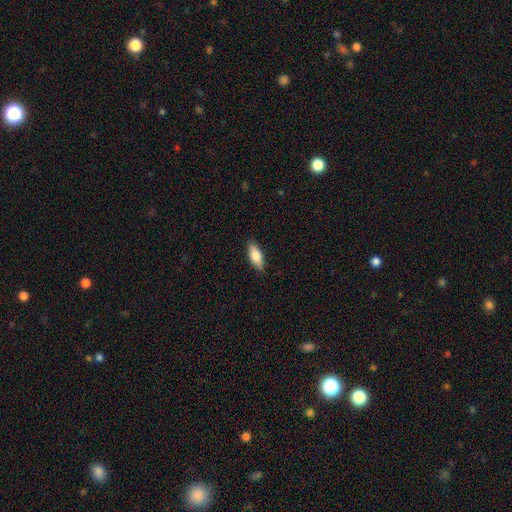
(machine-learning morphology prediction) smooth 76%, featured or disk 18%, star or artifact 6%. Down the decision tree: how rounded — in between (71%); merging — none (88%).